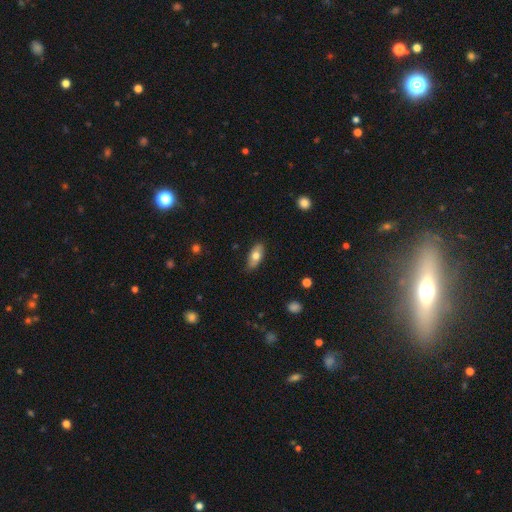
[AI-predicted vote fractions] The model was most divided on "smooth or featured": smooth: 69%, featured or disk: 25%, star or artifact: 6%. More confident: how rounded — in between (87%); merging — none (82%).